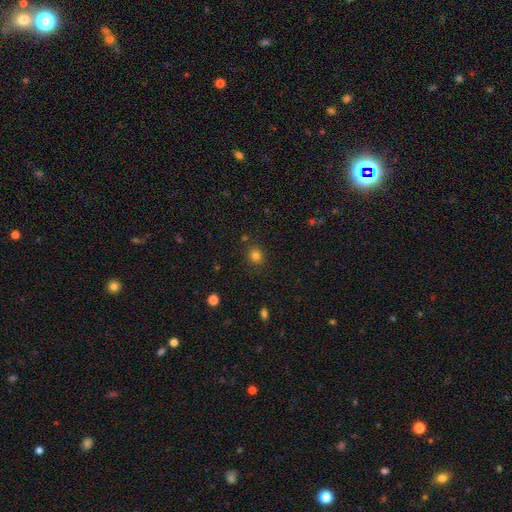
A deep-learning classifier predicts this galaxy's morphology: Smooth or featured? smooth (80%)
How rounded? round (79%)
Merging? none (86%)